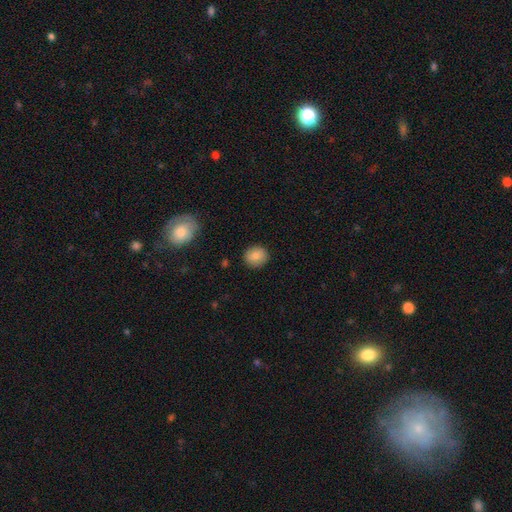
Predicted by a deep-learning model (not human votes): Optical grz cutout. It shows a smooth galaxy with no disk features (85%) that is round (83%). Merging: none (89%).